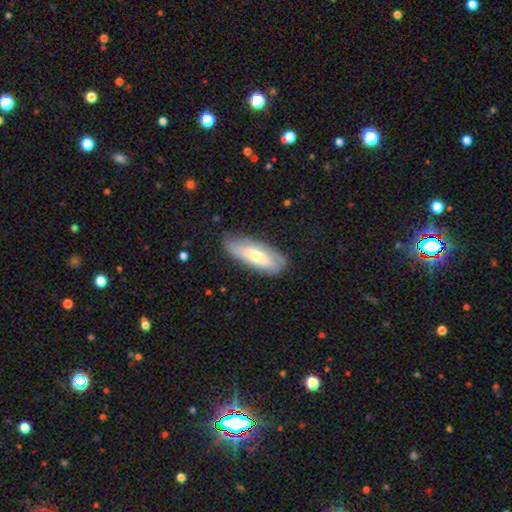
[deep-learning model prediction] A smooth galaxy with no disk features (51%) that is in between round and cigar-shaped (68%). Merging: none (75%).